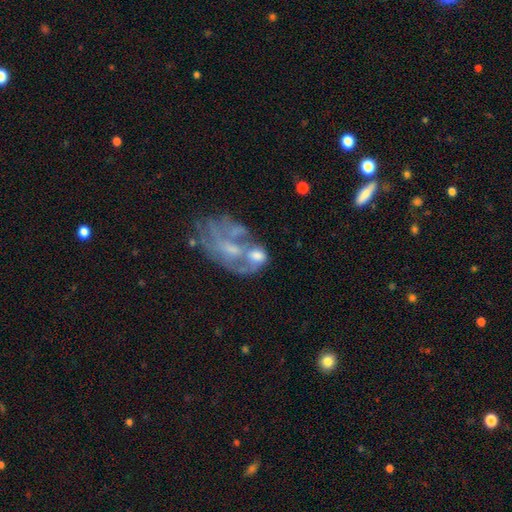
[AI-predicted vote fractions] smooth-or-featured: featured or disk: 57% | smooth: 31% | star or artifact: 12%
  disk-edge-on: no: 97% | yes: 3%
    bar: no: 80% | weak: 15% | strong: 5%
    has-spiral-arms: no: 74% | yes: 26%
    bulge-size: none: 35% | moderate: 33% | small: 21% | large: 9% | dominant: 2%
  merging: merger: 42% | major disturbance: 26% | none: 20% | minor disturbance: 12%